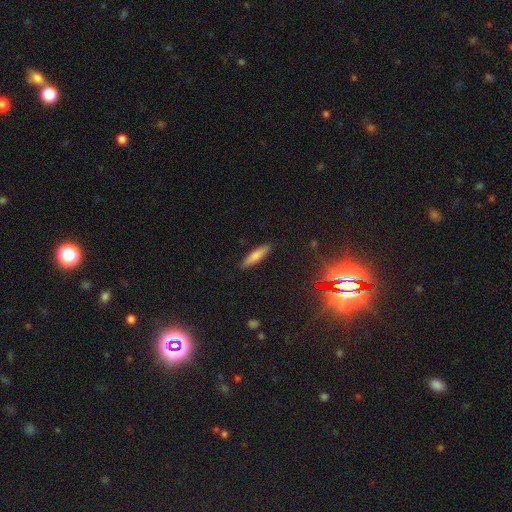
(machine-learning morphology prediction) smooth 78%, featured or disk 15%, star or artifact 8%. Down the decision tree: how rounded — cigar-shaped (76%); merging — none (90%).